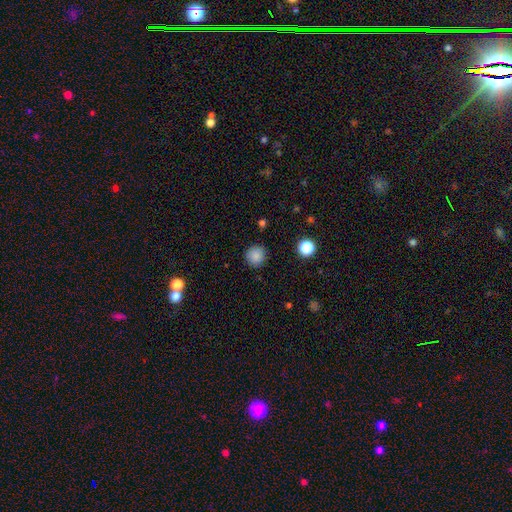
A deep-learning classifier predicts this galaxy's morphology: Smooth or featured? smooth (86%)
How rounded? round (93%)
Merging? none (88%)